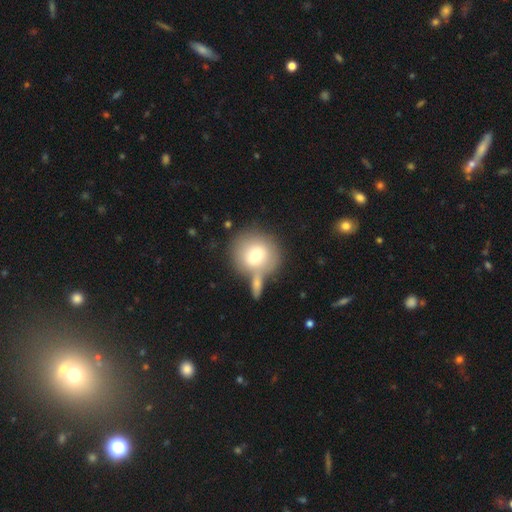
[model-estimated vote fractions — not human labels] Q: Smooth or featured?
A: smooth (73%); runner-up: featured or disk (19%)
Q: How rounded?
A: round (90%); runner-up: in between (9%)
Q: Merging?
A: none (56%); runner-up: merger (27%)